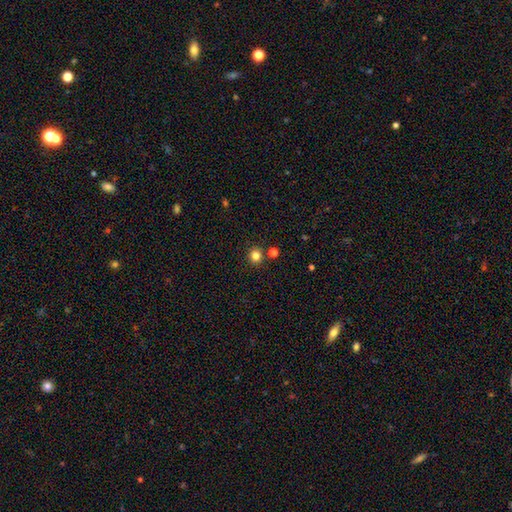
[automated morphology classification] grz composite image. It shows a smooth galaxy with no disk features (82%) that is round (88%). Merging: none (85%).